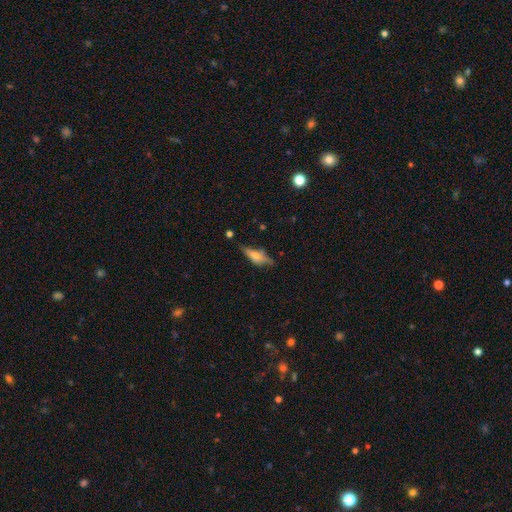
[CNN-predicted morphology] smooth-or-featured: smooth: 47% | featured or disk: 44% | star or artifact: 9%
  merging: none: 60% | minor disturbance: 27% | major disturbance: 9% | merger: 4%